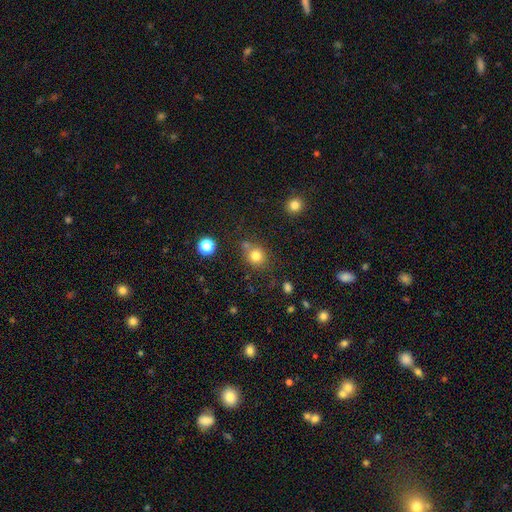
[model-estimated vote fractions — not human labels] Morphology: type=smooth (79%); roundness=round (82%); merging=none (67%).